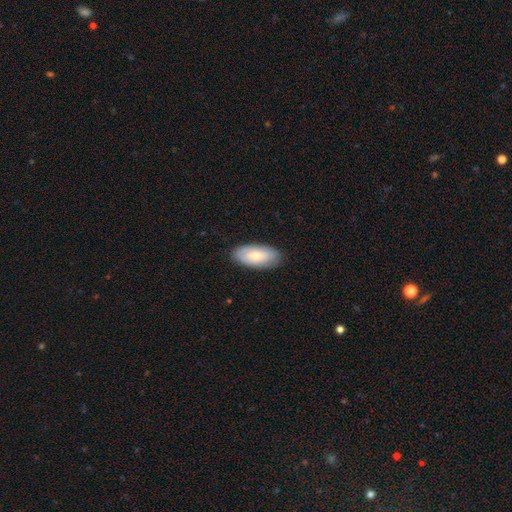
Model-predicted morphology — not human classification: smooth_or_featured: smooth (p=0.72) [alt: featured or disk p=0.22]
how_rounded: in between (p=0.91) [alt: cigar-shaped p=0.07]
merging: none (p=0.85) [alt: minor disturbance p=0.11]